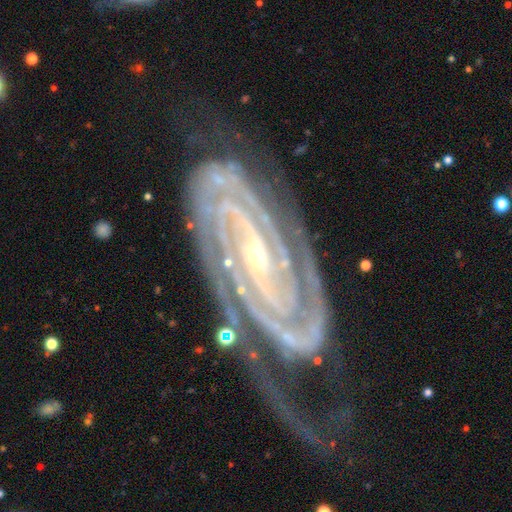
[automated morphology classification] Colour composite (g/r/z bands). It shows a featured or disk galaxy (92%) with a strong bar (45%), 2 (47%) tight (72%) spiral arms (99%) and a small central bulge (72%). Merging: none (59%).